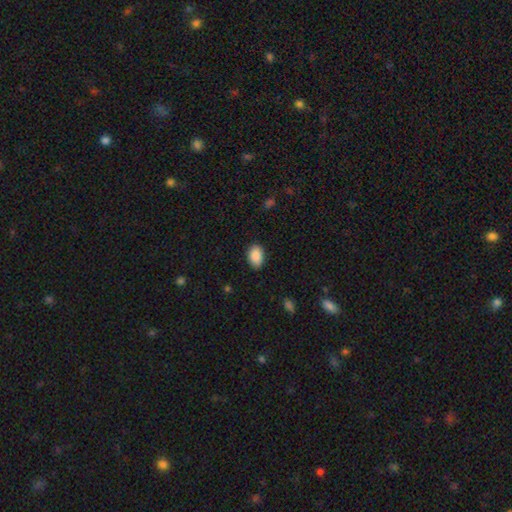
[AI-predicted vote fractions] Morphology: type=smooth (90%); roundness=in between (87%); merging=none (85%).